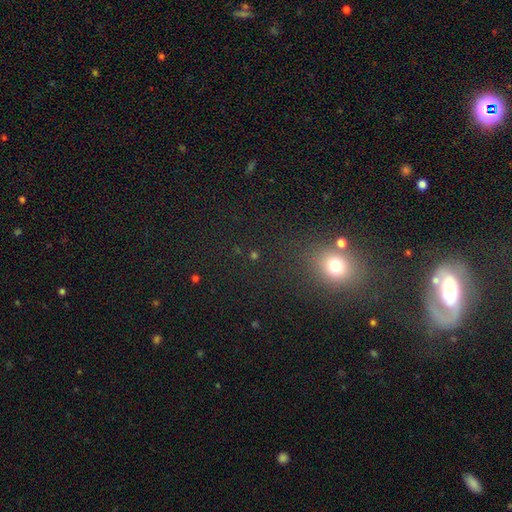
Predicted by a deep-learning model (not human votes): A smooth galaxy with no disk features (49%). Merging: none (77%).